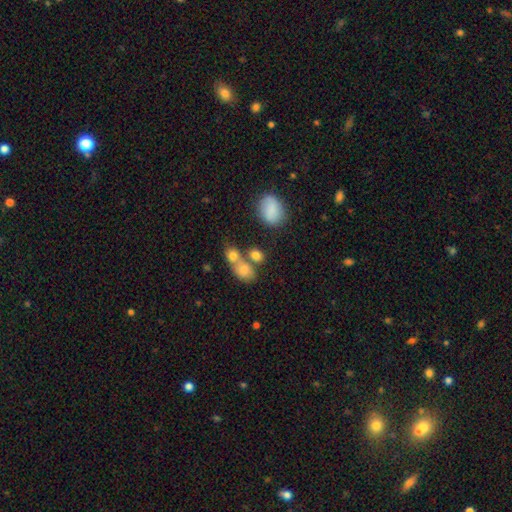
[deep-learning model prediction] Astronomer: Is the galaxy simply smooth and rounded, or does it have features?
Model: smooth — 78%.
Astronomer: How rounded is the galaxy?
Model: in between — 58% (runner-up: round, 39%).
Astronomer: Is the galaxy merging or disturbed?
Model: none — 47% (runner-up: merger, 37%).